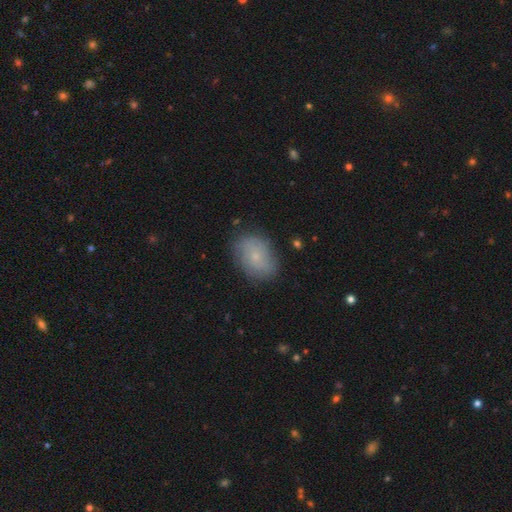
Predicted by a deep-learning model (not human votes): A smooth galaxy with no disk features (55%) that is in between round and cigar-shaped (76%). Merging: none (77%).